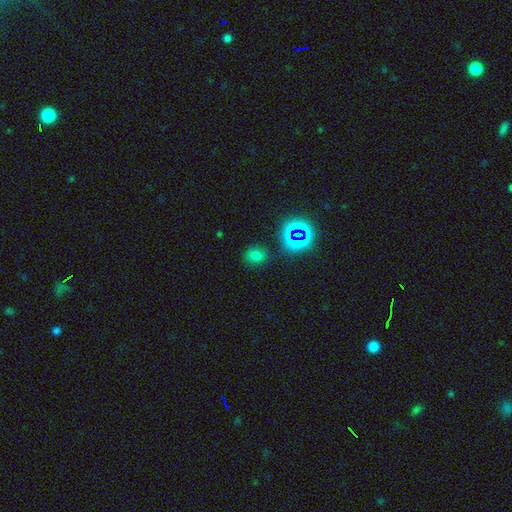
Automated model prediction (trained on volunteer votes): Smooth or featured? Predicted: smooth (p=0.64). How rounded? Predicted: round (p=0.60). Merging? Predicted: none (p=0.79).